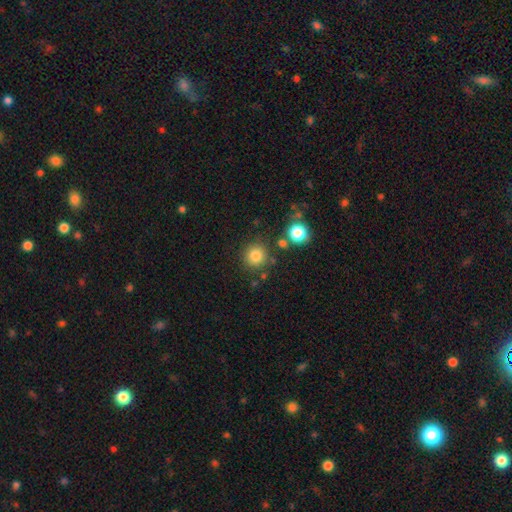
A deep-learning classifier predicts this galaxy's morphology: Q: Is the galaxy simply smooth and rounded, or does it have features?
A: smooth — 81%.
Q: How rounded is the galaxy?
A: round — 94%.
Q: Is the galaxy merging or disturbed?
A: none — 82%.